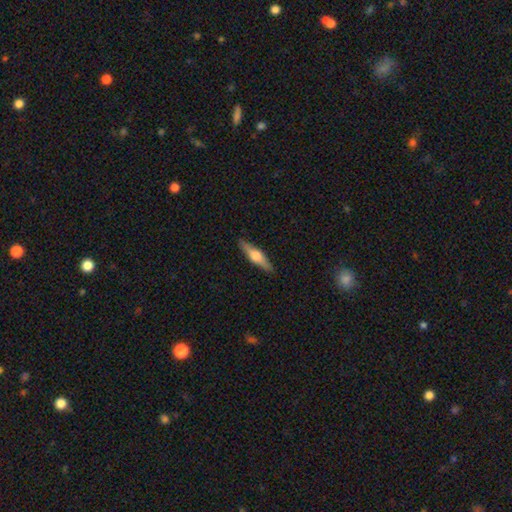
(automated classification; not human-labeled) featured or disk 54%, smooth 40%, star or artifact 5%. Down the decision tree: edge-on disk — yes (94%); edge-on bulge — rounded (92%); merging — none (89%).